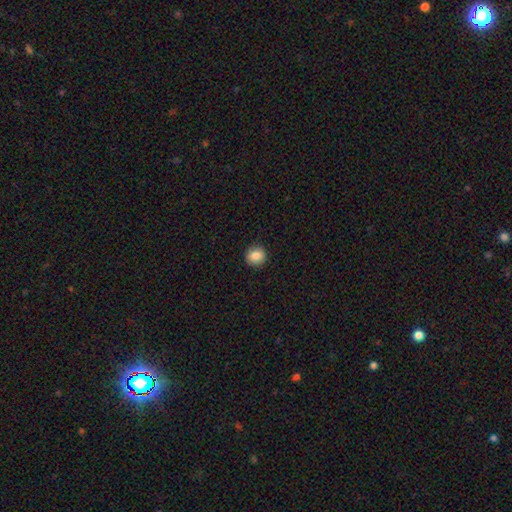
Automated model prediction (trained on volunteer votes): smooth-or-featured: smooth: 86% | star or artifact: 9% | featured or disk: 5%
  how-rounded: round: 88% | in between: 12% | cigar-shaped: 1%
  merging: none: 91% | minor disturbance: 6% | major disturbance: 2% | merger: 1%